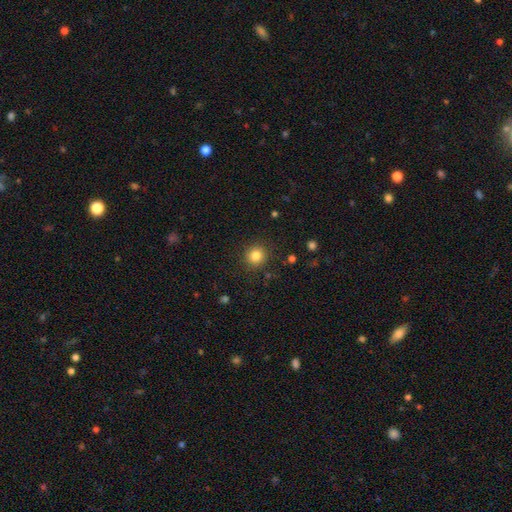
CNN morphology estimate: smooth-or-featured: smooth: 83% | star or artifact: 11% | featured or disk: 5%
  how-rounded: round: 90% | in between: 9% | cigar-shaped: 1%
  merging: none: 89% | minor disturbance: 7% | major disturbance: 3% | merger: 1%